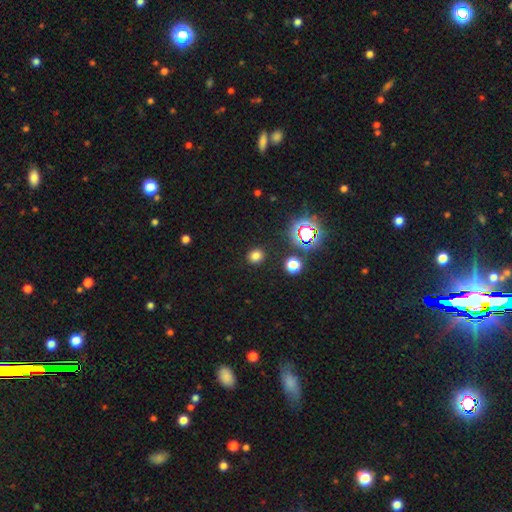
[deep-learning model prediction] smooth_or_featured: smooth (p=0.76) [alt: star or artifact p=0.20]
how_rounded: round (p=0.80) [alt: in between p=0.19]
merging: none (p=0.89) [alt: minor disturbance p=0.07]